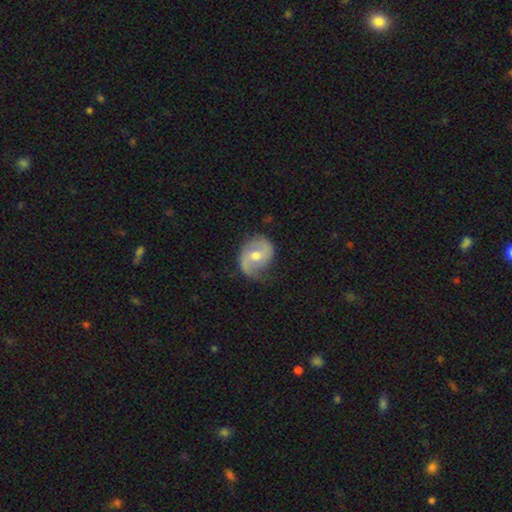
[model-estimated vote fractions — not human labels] The model was most divided on "spiral winding": medium: 42%, loose: 34%, tight: 24%. More confident: edge-on disk — no (97%); spiral arms — yes (88%); spiral arm count — 2 (78%); smooth or featured — featured or disk (70%); bulge size — moderate (69%); merging — none (61%); bar — no (52%).